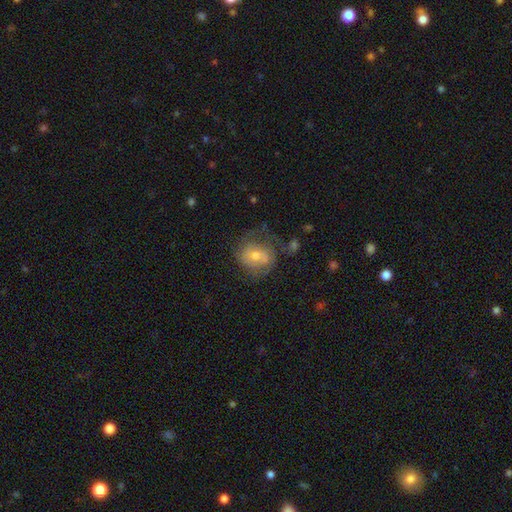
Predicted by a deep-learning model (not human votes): Overall: featured or disk (46%; smooth 44%). Merging: none (53%; minor disturbance 24%).